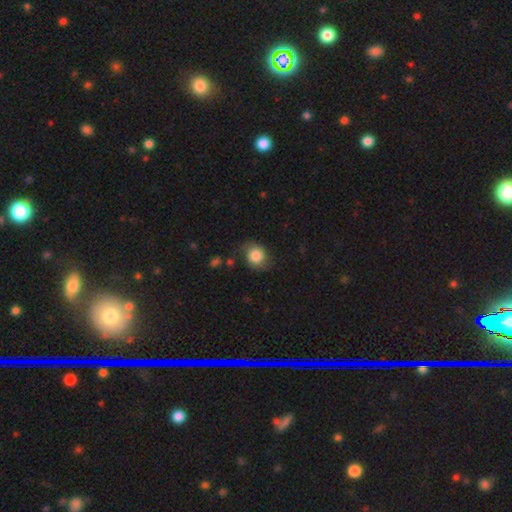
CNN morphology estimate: This appears to be a smooth galaxy with no disk features (80%) that is round (66%). Merging: none (70%).